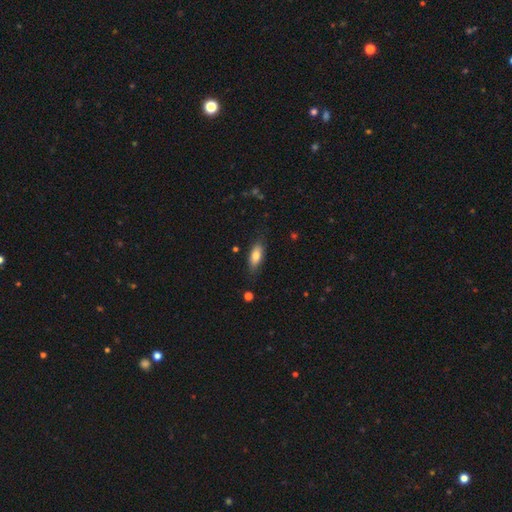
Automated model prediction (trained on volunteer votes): Smooth or featured? Predicted: smooth (p=0.78). How rounded? Predicted: in between (p=0.74). Merging? Predicted: none (p=0.80).